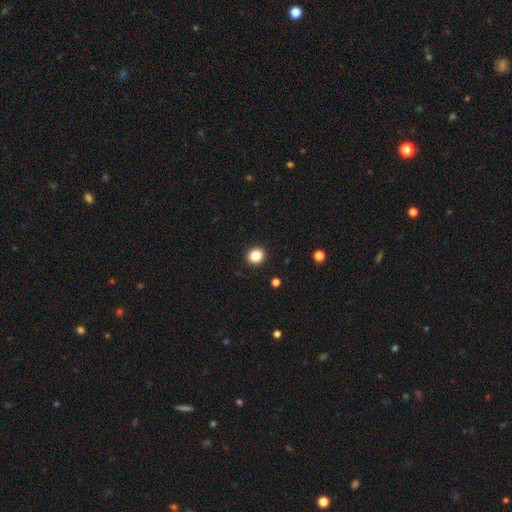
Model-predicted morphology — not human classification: A smooth galaxy with no disk features (85%) that is round (84%). Merging: none (93%).